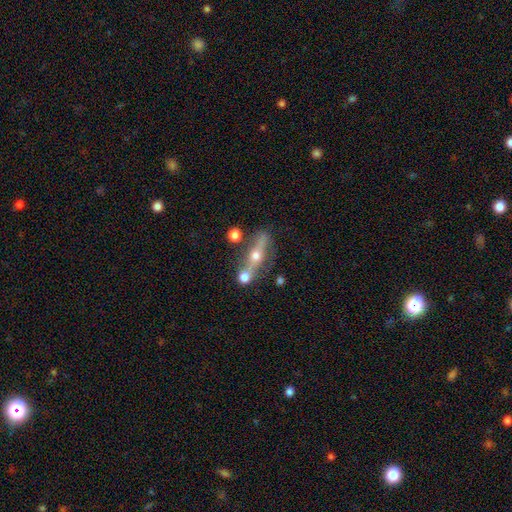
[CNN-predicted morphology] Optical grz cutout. It shows a featured or disk galaxy (68%) viewed edge-on (78%) with a rounded central bulge (94%). Merging: none (61%).